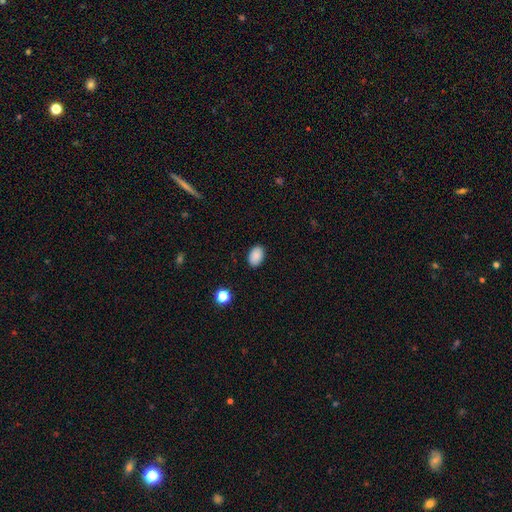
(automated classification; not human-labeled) Morphology: type=smooth (89%); roundness=in between (87%); merging=none (88%).